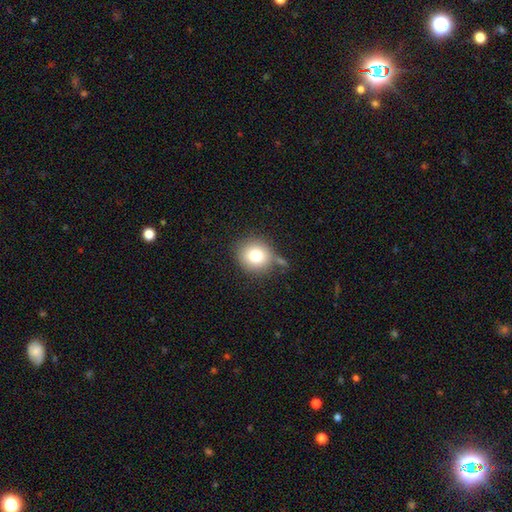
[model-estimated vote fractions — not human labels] Smooth or featured?
  - smooth: 80% *
  - star or artifact: 11%
  - featured or disk: 10%
How rounded?
  - round: 85% *
  - in between: 14%
  - cigar-shaped: 1%
Merging?
  - none: 73% *
  - minor disturbance: 15%
  - merger: 7%
  - major disturbance: 5%